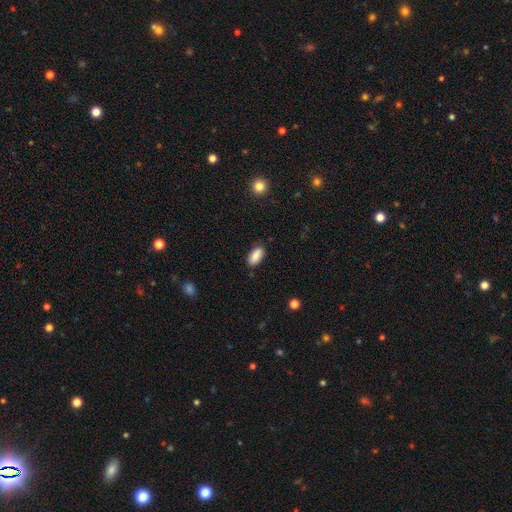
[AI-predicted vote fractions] smooth_or_featured: smooth (p=0.87) [alt: star or artifact p=0.07]
how_rounded: in between (p=0.89) [alt: cigar-shaped p=0.09]
merging: none (p=0.84) [alt: minor disturbance p=0.12]